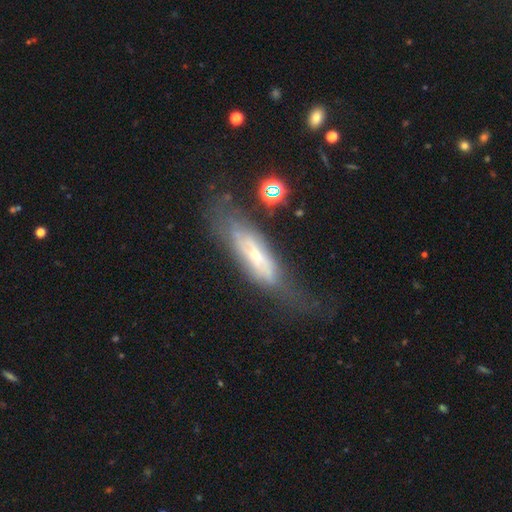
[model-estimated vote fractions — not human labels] Morphology: type=featured or disk (61%); edge-on=no (51%); merging=none (46%).